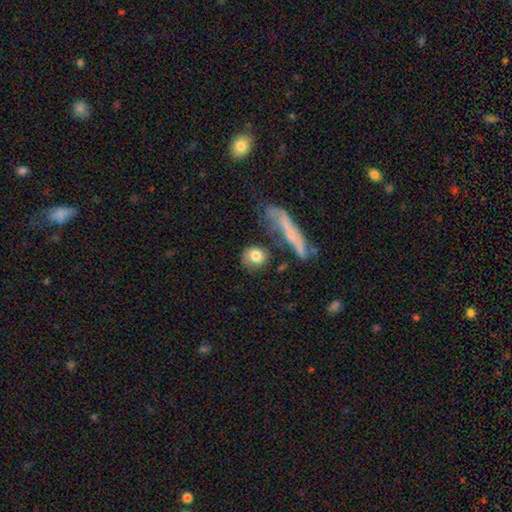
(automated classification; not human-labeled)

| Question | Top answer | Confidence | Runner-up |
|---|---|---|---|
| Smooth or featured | smooth | 77% | featured or disk (16%) |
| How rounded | round | 71% | in between (23%) |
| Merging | none | 61% | minor disturbance (16%) |